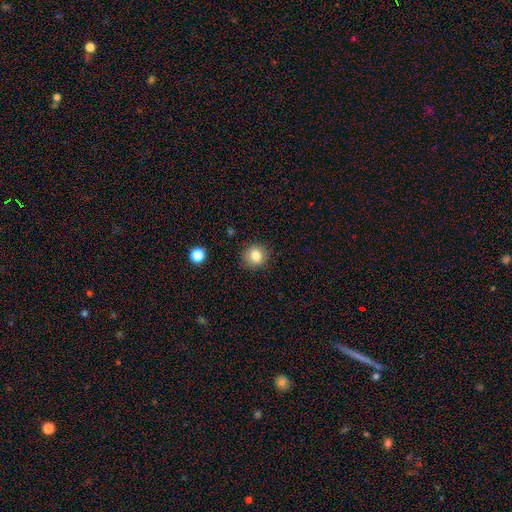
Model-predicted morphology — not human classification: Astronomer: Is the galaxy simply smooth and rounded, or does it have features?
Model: smooth — 82%.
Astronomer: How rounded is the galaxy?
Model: round — 87%.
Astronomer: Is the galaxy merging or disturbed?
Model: none — 87%.